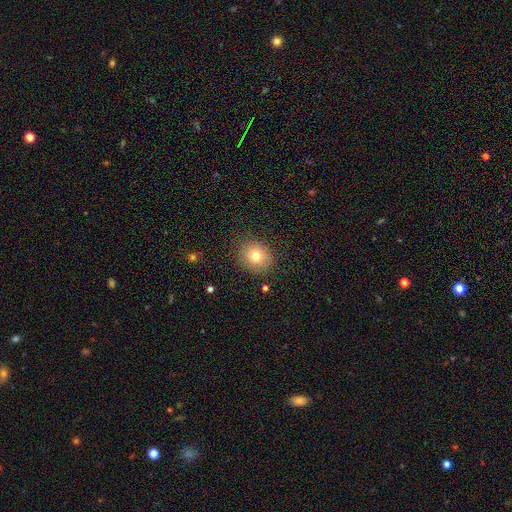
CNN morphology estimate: Smooth or featured? Predicted: smooth (p=0.78). How rounded? Predicted: round (p=0.73). Merging? Predicted: none (p=0.85).